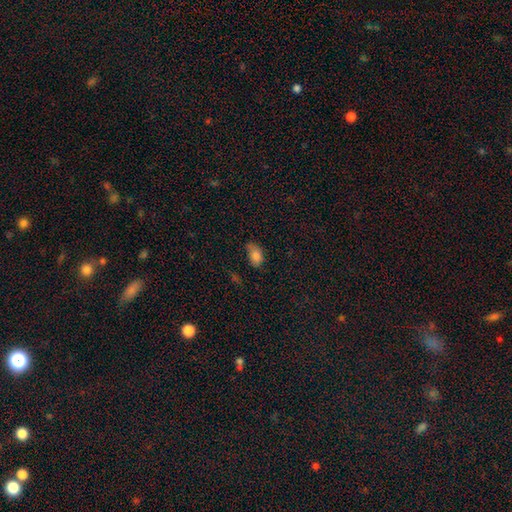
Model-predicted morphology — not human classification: Smooth or featured? Predicted: smooth (p=0.82). How rounded? Predicted: in between (p=0.87). Merging? Predicted: none (p=0.49).